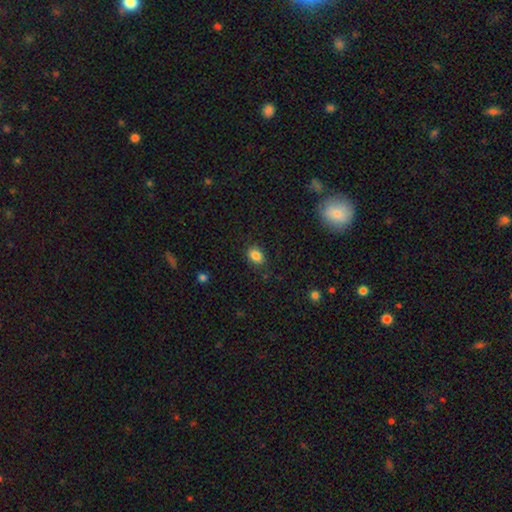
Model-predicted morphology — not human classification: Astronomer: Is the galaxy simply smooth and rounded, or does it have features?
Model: smooth — 85%.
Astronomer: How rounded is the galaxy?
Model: in between — 74%.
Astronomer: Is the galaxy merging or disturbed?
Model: none — 83%.